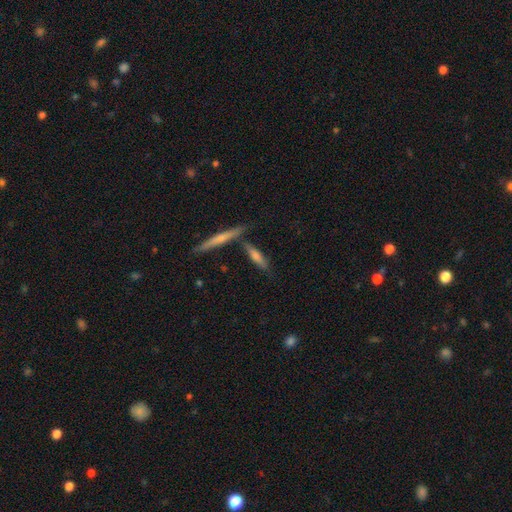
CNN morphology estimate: Overall: smooth (50%; featured or disk 41%). Merging: none (66%).